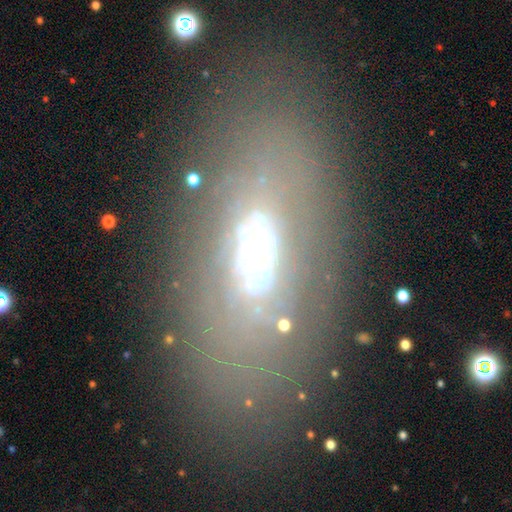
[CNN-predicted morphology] A featured or disk galaxy (50%).

Vote fractions:
- Smooth or featured? featured or disk: 50% / smooth: 29% / star or artifact: 21%
- Merging? none: 66% / minor disturbance: 17% / major disturbance: 13% / merger: 4%